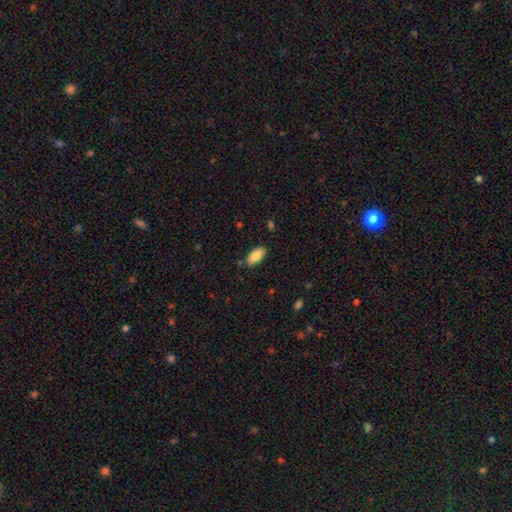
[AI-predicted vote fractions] smooth 87%, star or artifact 7%, featured or disk 7%. Down the decision tree: how rounded — in between (92%); merging — none (82%).